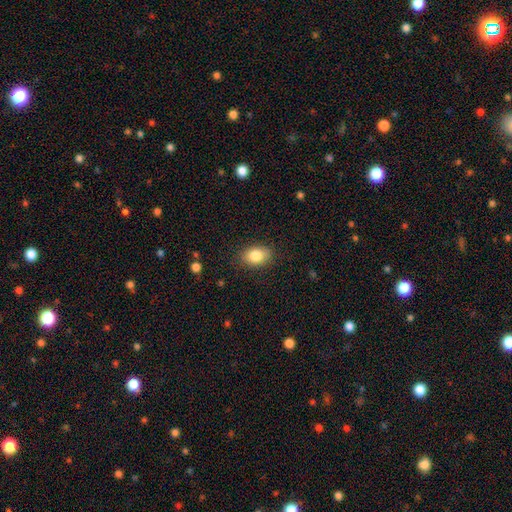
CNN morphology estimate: type=smooth (85%); roundness=in between (79%); merging=none (85%).